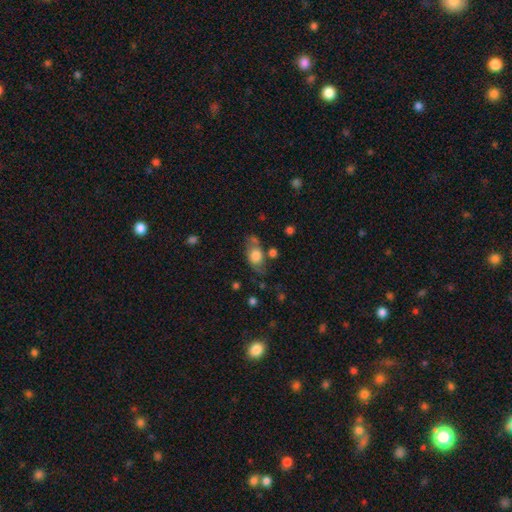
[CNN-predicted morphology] This appears to be a smooth galaxy with no disk features (69%) that is in between round and cigar-shaped (75%). Merging: none (53%).